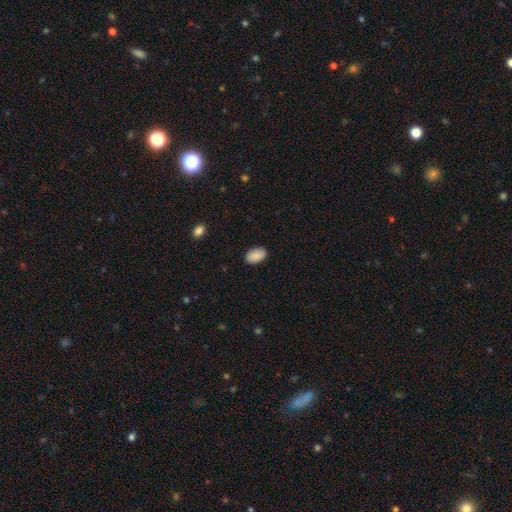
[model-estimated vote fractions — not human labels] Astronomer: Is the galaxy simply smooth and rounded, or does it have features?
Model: smooth — 89%.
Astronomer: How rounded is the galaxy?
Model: in between — 93%.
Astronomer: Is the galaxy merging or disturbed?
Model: none — 88%.